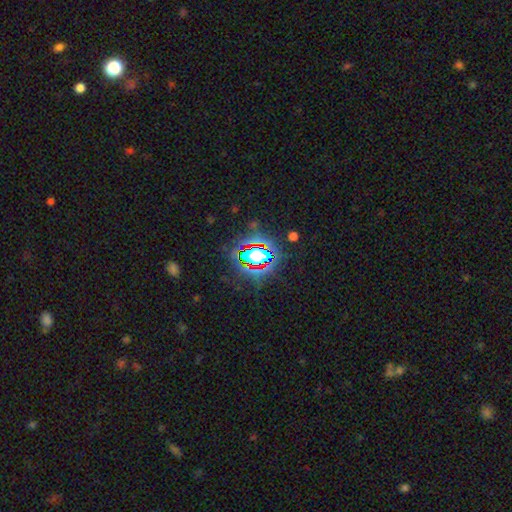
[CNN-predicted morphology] smooth_or_featured: star or artifact (p=0.71) [alt: smooth p=0.17]